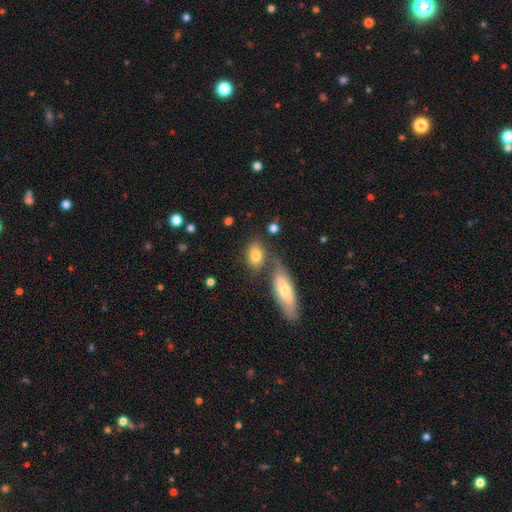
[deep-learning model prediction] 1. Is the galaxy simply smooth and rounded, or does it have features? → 77% smooth, 15% featured or disk, 8% star or artifact.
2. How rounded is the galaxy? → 79% in between, 15% round, 5% cigar-shaped.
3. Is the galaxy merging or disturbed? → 54% none, 28% merger, 13% minor disturbance, 5% major disturbance.